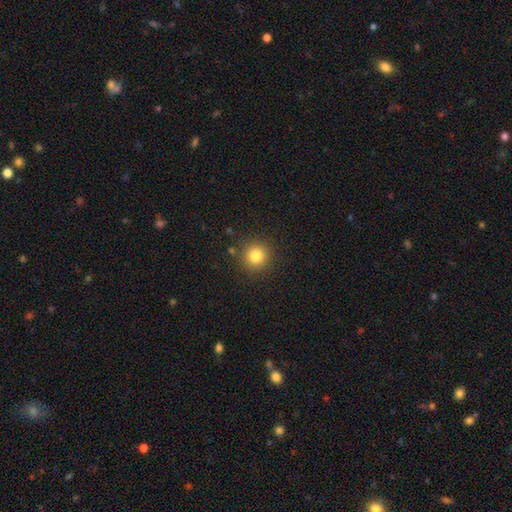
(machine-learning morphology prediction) smooth 82%, star or artifact 12%, featured or disk 6%. Down the decision tree: how rounded — round (93%); merging — none (88%).